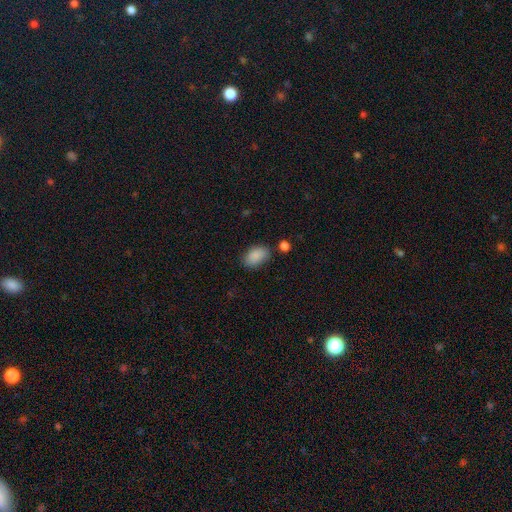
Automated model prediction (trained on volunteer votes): This appears to be a smooth galaxy with no disk features (88%) that is in between round and cigar-shaped (90%). Merging: none (78%).